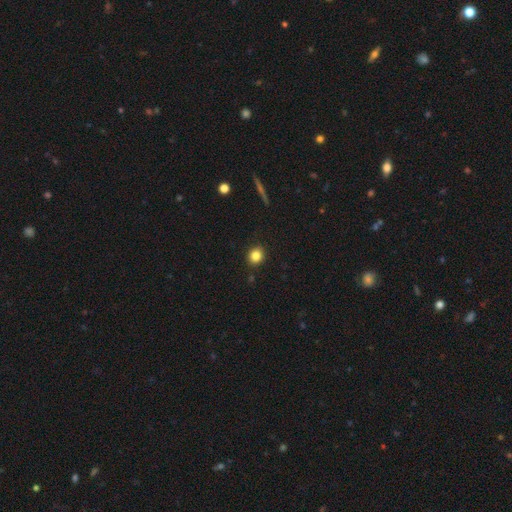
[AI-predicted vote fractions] This appears to be a smooth galaxy with no disk features (83%) that is round (81%). Merging: none (90%).